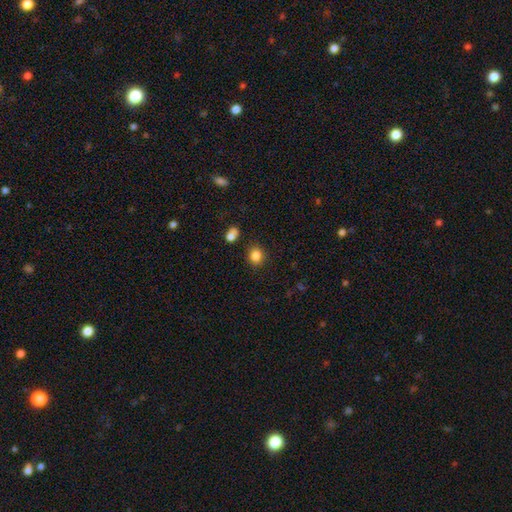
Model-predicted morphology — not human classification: Smooth or featured: smooth — 84% (star or artifact — 11%)
How rounded: round — 75% (in between — 24%)
Merging: none — 84% (minor disturbance — 9%)